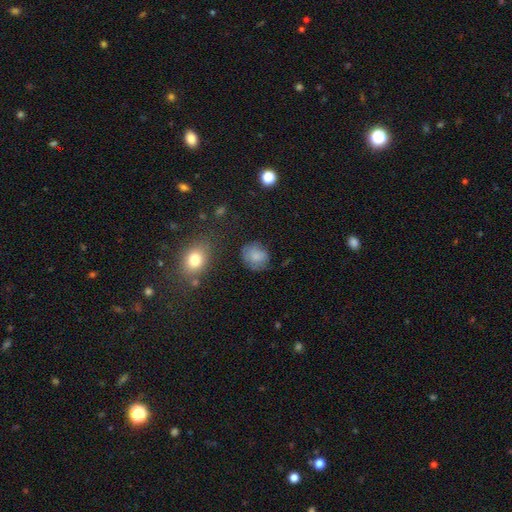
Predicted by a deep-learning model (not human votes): smooth-or-featured: smooth: 80% | featured or disk: 10% | star or artifact: 10%
  how-rounded: round: 72% | in between: 27% | cigar-shaped: 1%
  merging: none: 71% | minor disturbance: 20% | major disturbance: 6% | merger: 3%